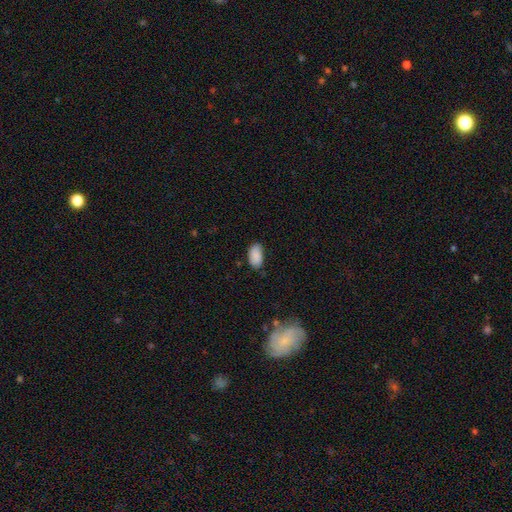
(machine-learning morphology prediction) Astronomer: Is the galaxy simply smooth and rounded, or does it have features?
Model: smooth — 89%.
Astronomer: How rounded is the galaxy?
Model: in between — 94%.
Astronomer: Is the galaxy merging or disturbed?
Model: none — 76%.